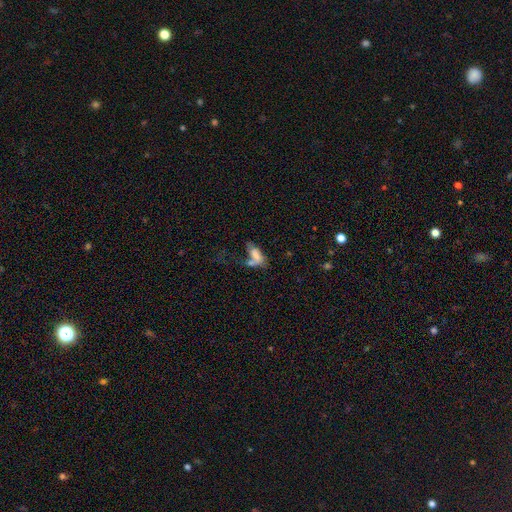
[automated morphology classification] This is possibly a smooth galaxy (59%). How rounded: clearly in between (83%). Merging: marginally merger (35%).